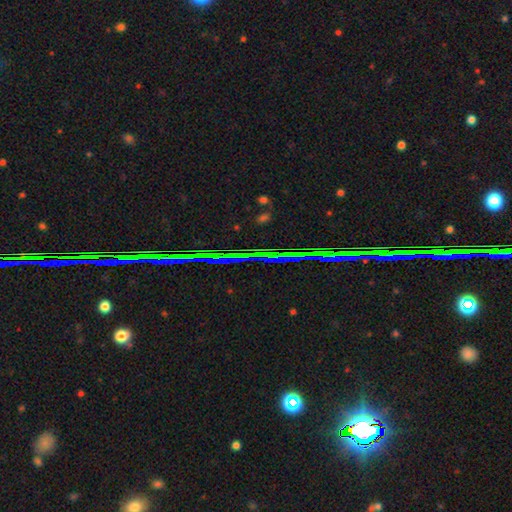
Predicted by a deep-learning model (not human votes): smooth_or_featured: star or artifact (p=0.85) [alt: featured or disk p=0.08]